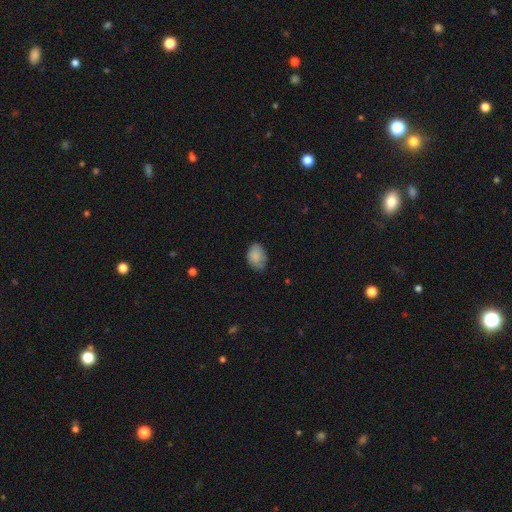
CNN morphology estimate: Smooth or featured: smooth — 82% (featured or disk — 10%)
How rounded: in between — 76% (round — 23%)
Merging: none — 66% (minor disturbance — 28%)